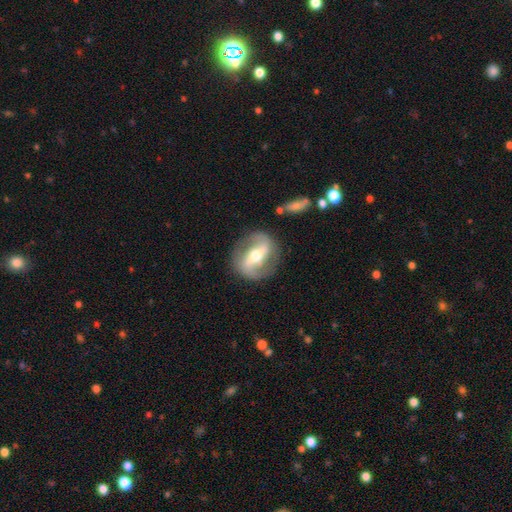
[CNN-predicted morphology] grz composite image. It shows a featured or disk galaxy (78%) with a strong bar (58%), 2 (88%) medium (42%) spiral arms (77%) and a moderate central bulge (71%). Merging: none (83%).